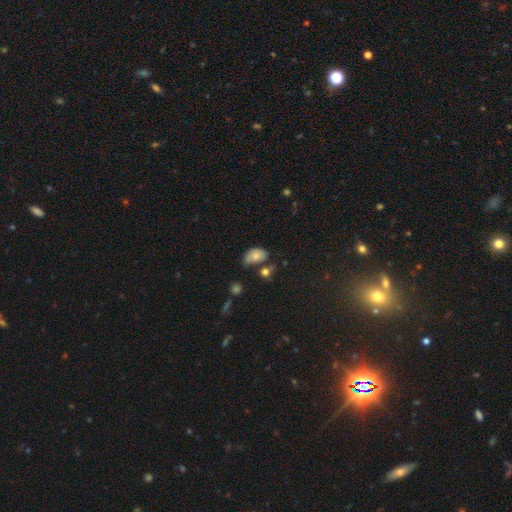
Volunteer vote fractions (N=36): A smooth galaxy with no disk features (72%) that is in between round and cigar-shaped (96%).

Vote fractions:
- Smooth or featured? smooth: 72% / featured or disk: 22% / star or artifact: 6%
- How rounded? in between: 96% / round: 4% / cigar-shaped: 0%
- Merging? minor disturbance: 41% / none: 24% / merger: 24% / major disturbance: 12%